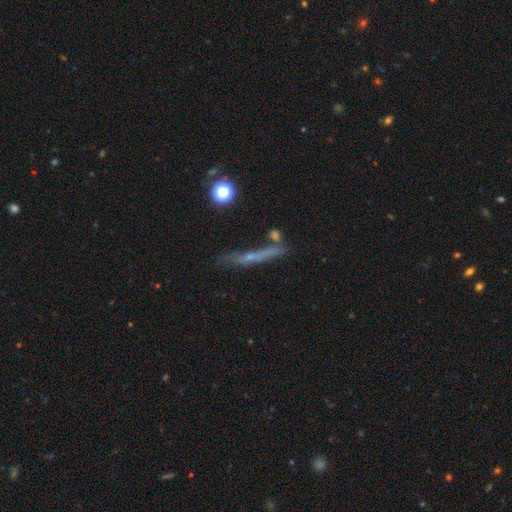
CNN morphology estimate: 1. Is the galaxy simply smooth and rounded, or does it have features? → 52% featured or disk, 34% smooth, 13% star or artifact.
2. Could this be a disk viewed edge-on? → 88% yes, 12% no.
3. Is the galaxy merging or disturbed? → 68% none, 17% minor disturbance, 9% merger, 7% major disturbance.